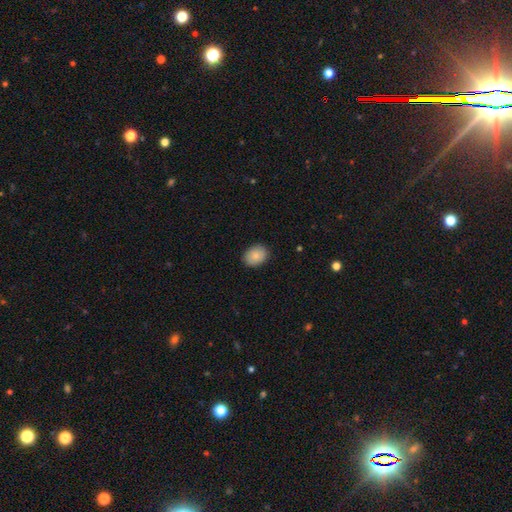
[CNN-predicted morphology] Smooth or featured: smooth — 87% (star or artifact — 7%)
How rounded: in between — 72% (round — 27%)
Merging: none — 89% (minor disturbance — 8%)